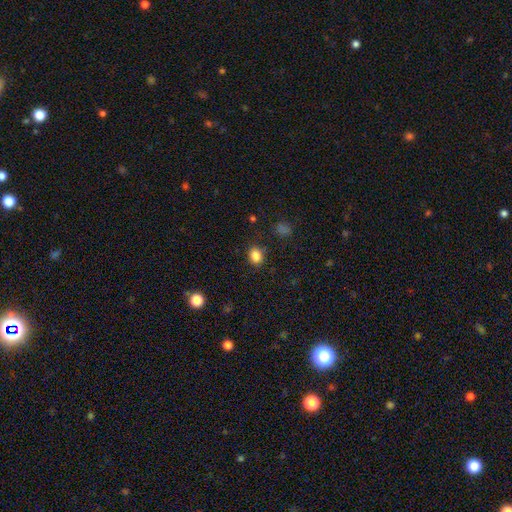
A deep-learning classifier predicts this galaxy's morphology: smooth-or-featured: smooth: 84% | star or artifact: 11% | featured or disk: 4%
  how-rounded: in between: 58% | round: 41% | cigar-shaped: 1%
  merging: none: 79% | minor disturbance: 14% | major disturbance: 4% | merger: 3%